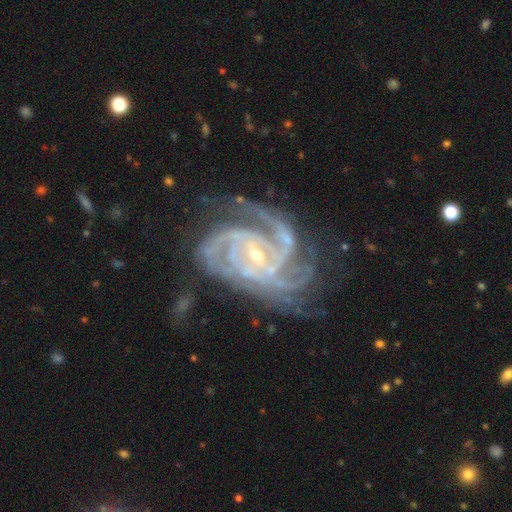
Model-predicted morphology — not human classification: A featured or disk galaxy (92%) with no bar (46%), 3 (33%) tight (67%) spiral arms (99%) and a small central bulge (74%).

Vote fractions:
- Smooth or featured? featured or disk: 92% / star or artifact: 5% / smooth: 3%
- Edge-on disk? no: 98% / yes: 2%
- Bar? no: 46% / weak: 35% / strong: 19%
- Spiral arms? yes: 99% / no: 1%
- Spiral winding? tight: 67% / medium: 30% / loose: 4%
- Spiral arm count? 3: 33% / 4: 31% / 2: 11% / can't tell: 10% / more than 4: 8% / 1: 6%
- Bulge size? small: 74% / moderate: 22% / none: 1% / large: 1% / dominant: 1%
- Merging? none: 63% / minor disturbance: 22% / major disturbance: 12% / merger: 3%